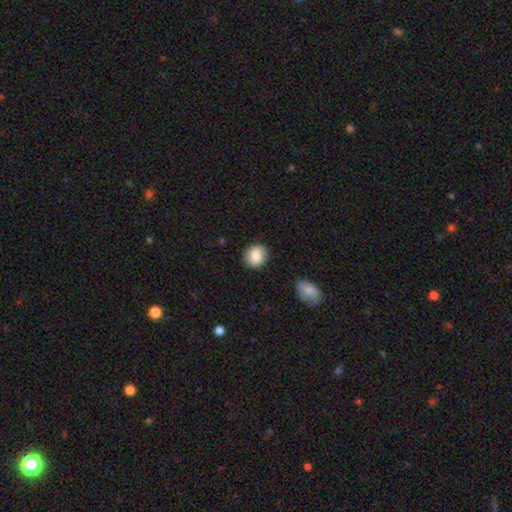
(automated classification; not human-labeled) A smooth galaxy with no disk features (82%) that is round (74%). Merging: none (87%).